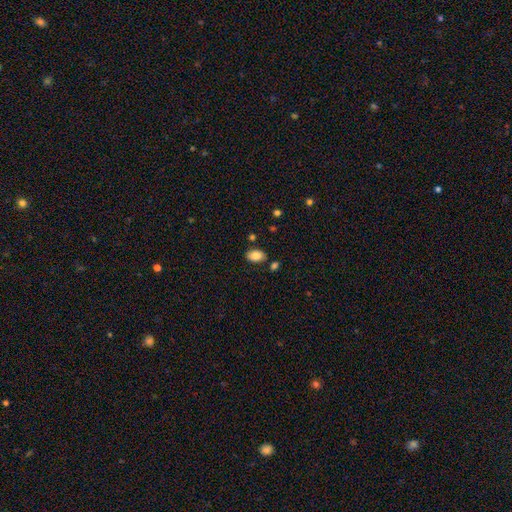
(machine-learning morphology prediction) smooth-or-featured: smooth: 86% | star or artifact: 8% | featured or disk: 6%
  how-rounded: in between: 90% | round: 8% | cigar-shaped: 1%
  merging: none: 82% | minor disturbance: 11% | merger: 5% | major disturbance: 3%